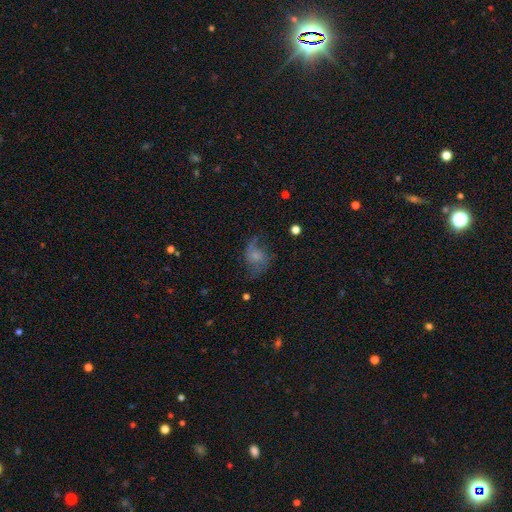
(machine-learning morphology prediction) smooth-or-featured: featured or disk: 48% | smooth: 39% | star or artifact: 12%
  merging: none: 49% | minor disturbance: 25% | major disturbance: 23% | merger: 2%